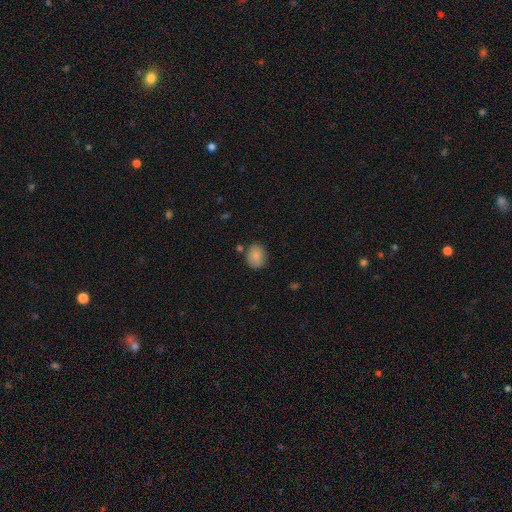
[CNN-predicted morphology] A smooth galaxy with no disk features (84%) that is round (52%). Merging: none (80%).